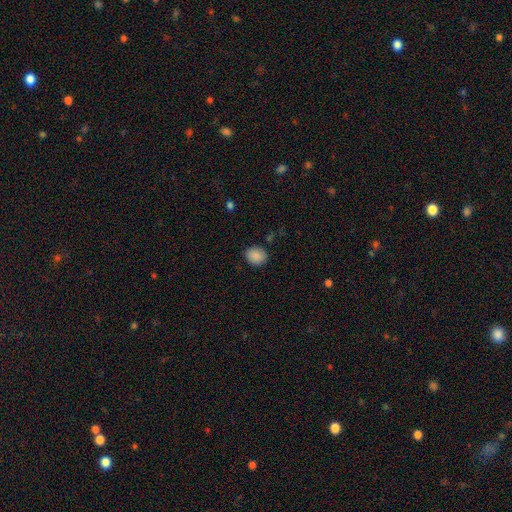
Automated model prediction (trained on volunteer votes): smooth-or-featured: smooth: 88% | star or artifact: 8% | featured or disk: 4%
  how-rounded: round: 62% | in between: 37% | cigar-shaped: 1%
  merging: none: 86% | minor disturbance: 10% | major disturbance: 3% | merger: 1%